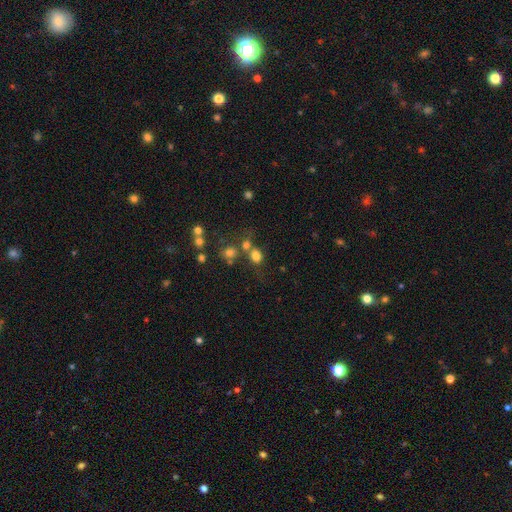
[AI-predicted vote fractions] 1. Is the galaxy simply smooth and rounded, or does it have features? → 75% smooth, 17% star or artifact, 9% featured or disk.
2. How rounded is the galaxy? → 62% round, 37% in between, 1% cigar-shaped.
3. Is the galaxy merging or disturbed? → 52% none, 29% merger, 12% minor disturbance, 7% major disturbance.